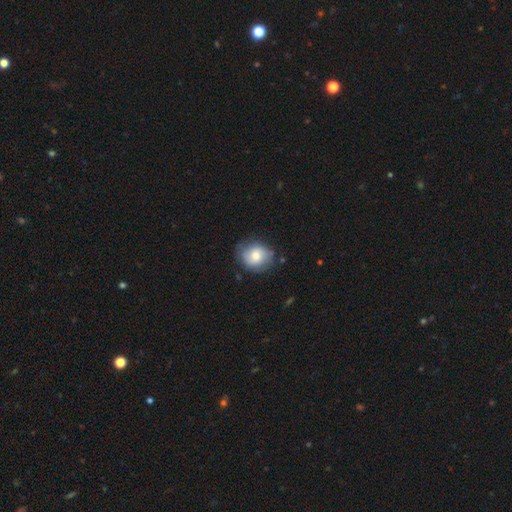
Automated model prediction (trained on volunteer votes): Smooth or featured? smooth (66%)
How rounded? round (67%)
Merging? none (72%)